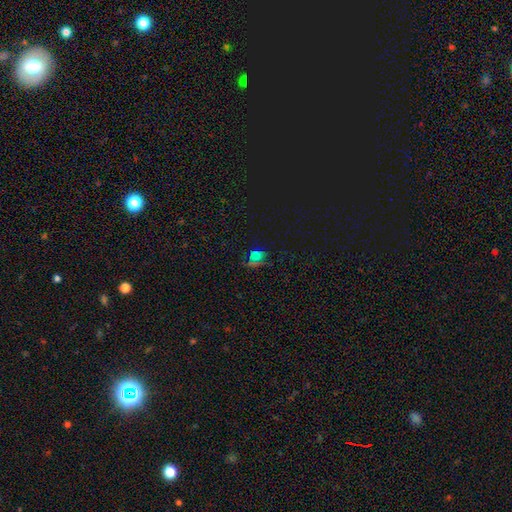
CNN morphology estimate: This appears to be a smooth galaxy with no disk features (45%). Merging: none (64%).